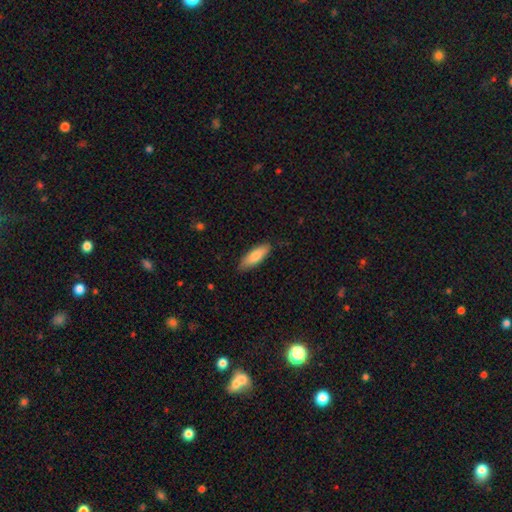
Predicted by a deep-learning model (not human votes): smooth_or_featured: smooth (p=0.83) [alt: featured or disk p=0.12]
how_rounded: in between (p=0.59) [alt: cigar-shaped p=0.39]
merging: none (p=0.83) [alt: minor disturbance p=0.14]